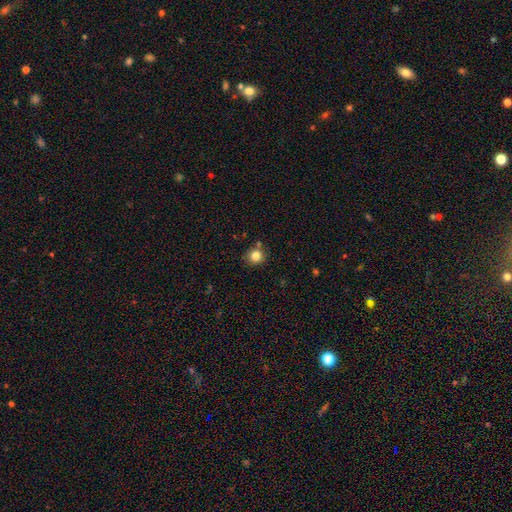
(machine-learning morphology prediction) smooth 81%, star or artifact 12%, featured or disk 7%. Down the decision tree: how rounded — round (86%); merging — none (78%).